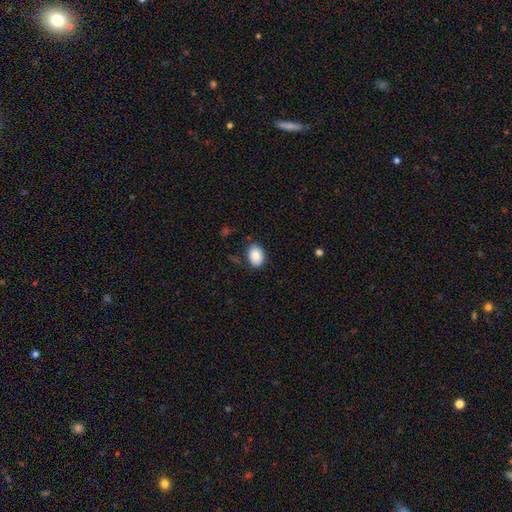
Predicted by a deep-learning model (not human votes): smooth 89%, star or artifact 7%, featured or disk 4%. Down the decision tree: how rounded — in between (78%); merging — none (83%).